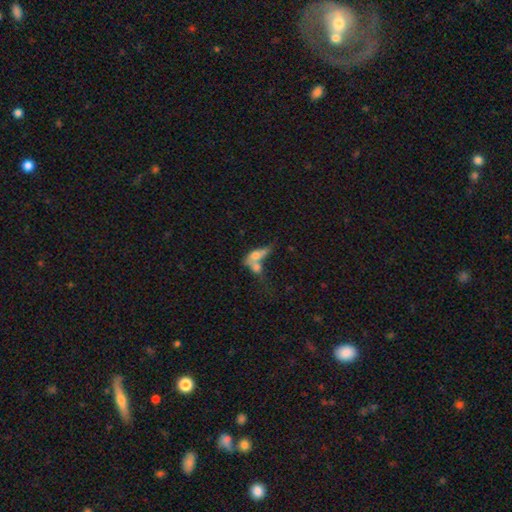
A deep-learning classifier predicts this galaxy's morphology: Overall: smooth (59%; featured or disk 32%). How rounded: in between (67%). Merging: merger (67%).